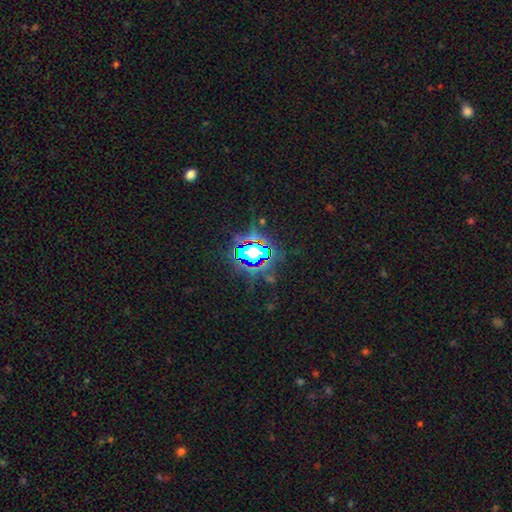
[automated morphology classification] This is clearly a star or artifact rather than a galaxy (83%).